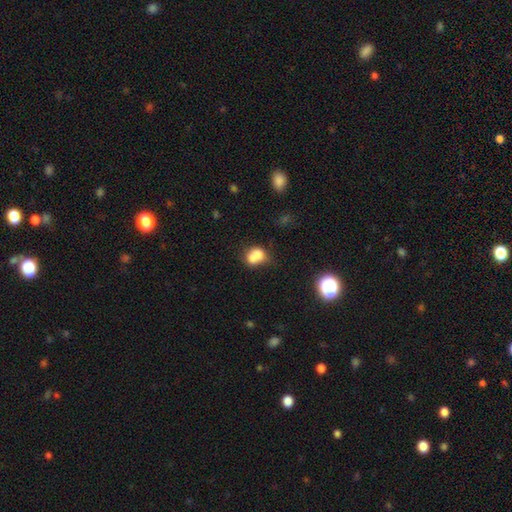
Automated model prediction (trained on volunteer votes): This appears to be a smooth galaxy with no disk features (71%) that is round (55%). Merging: merger (59%).